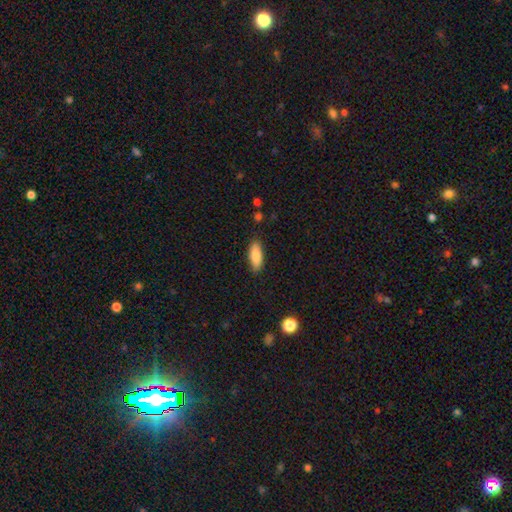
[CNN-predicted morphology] smooth-or-featured: smooth: 86% | featured or disk: 8% | star or artifact: 6%
  how-rounded: in between: 71% | cigar-shaped: 27% | round: 2%
  merging: none: 86% | minor disturbance: 10% | major disturbance: 2% | merger: 1%